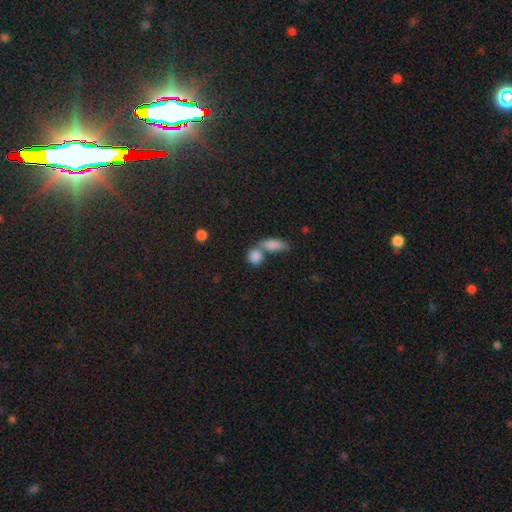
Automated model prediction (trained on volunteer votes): A smooth galaxy with no disk features (85%) that is round (48%).

Vote fractions:
- Smooth or featured? smooth: 85% / star or artifact: 8% / featured or disk: 7%
- How rounded? round: 48% / in between: 45% / cigar-shaped: 6%
- Merging? merger: 48% / none: 40% / minor disturbance: 8% / major disturbance: 4%